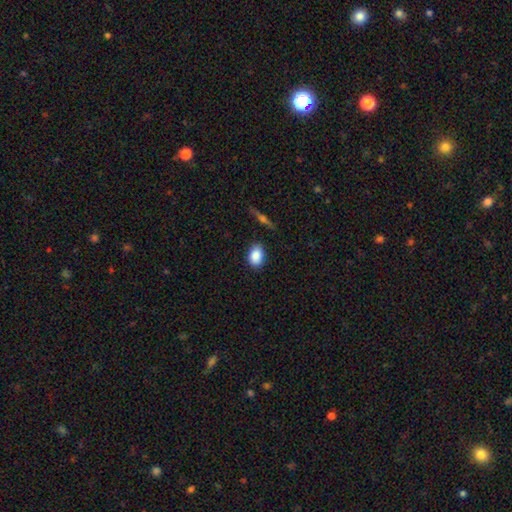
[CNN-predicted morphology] Smooth or featured?
  - smooth: 87% *
  - star or artifact: 7%
  - featured or disk: 6%
How rounded?
  - in between: 82% *
  - round: 17%
  - cigar-shaped: 2%
Merging?
  - none: 84% *
  - minor disturbance: 11%
  - major disturbance: 2%
  - merger: 2%